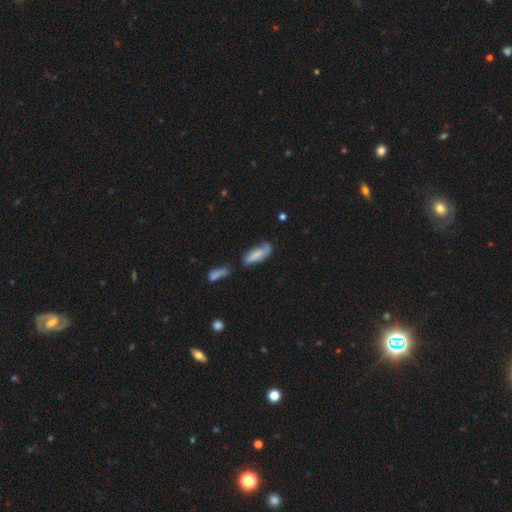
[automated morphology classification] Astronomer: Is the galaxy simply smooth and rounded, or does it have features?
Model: smooth — 64%.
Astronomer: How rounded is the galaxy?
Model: in between — 65%.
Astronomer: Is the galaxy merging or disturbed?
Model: none — 47% (runner-up: minor disturbance, 28%).